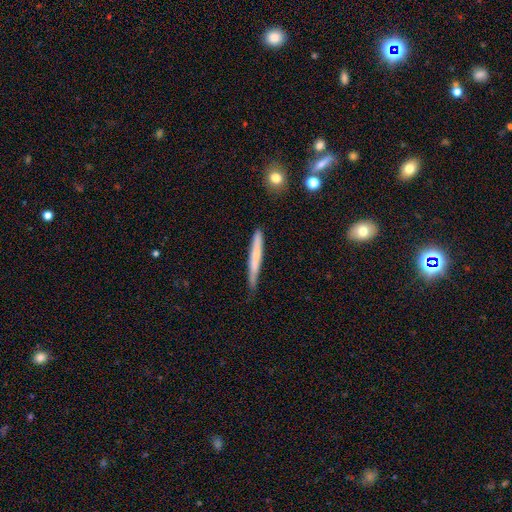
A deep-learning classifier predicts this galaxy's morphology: type=smooth (58%); roundness=cigar-shaped (96%); merging=none (75%).